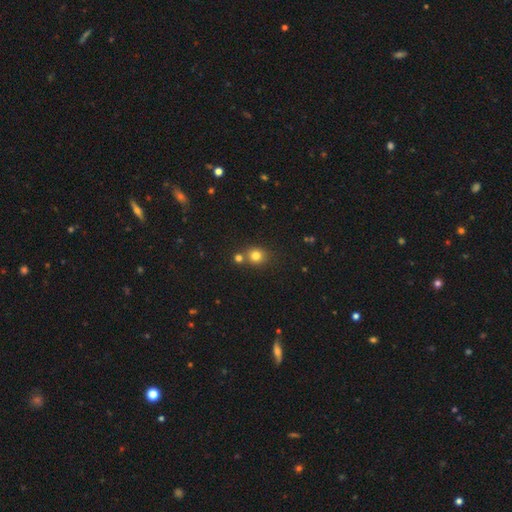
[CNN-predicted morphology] This is likely a smooth galaxy (79%). How rounded: clearly round (82%). Merging: likely none (67%).